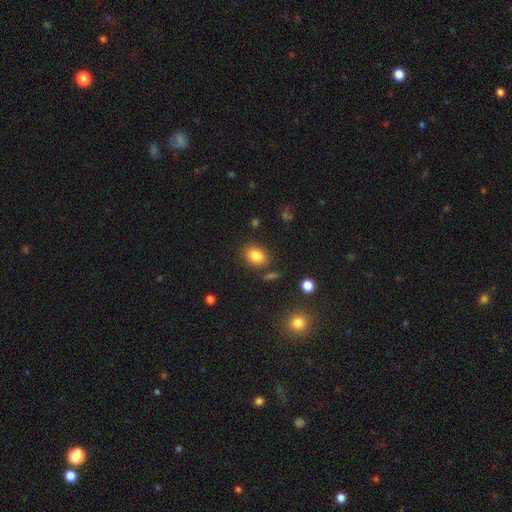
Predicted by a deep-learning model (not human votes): Smooth or featured? Predicted: smooth (p=0.83). How rounded? Predicted: in between (p=0.63). Merging? Predicted: none (p=0.80).